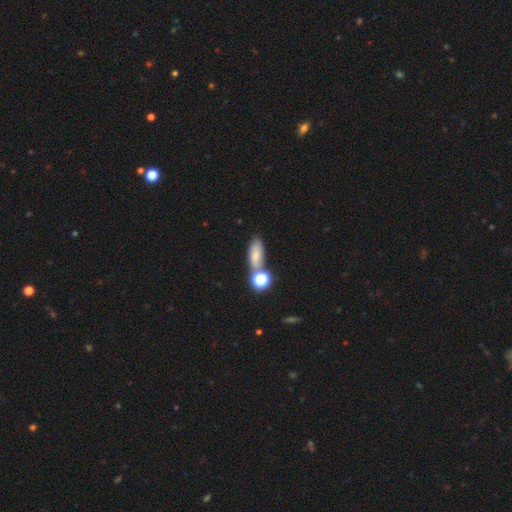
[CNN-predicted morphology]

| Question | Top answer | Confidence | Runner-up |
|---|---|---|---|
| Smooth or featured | smooth | 73% | star or artifact (15%) |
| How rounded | in between | 70% | cigar-shaped (18%) |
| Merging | none | 57% | merger (23%) |